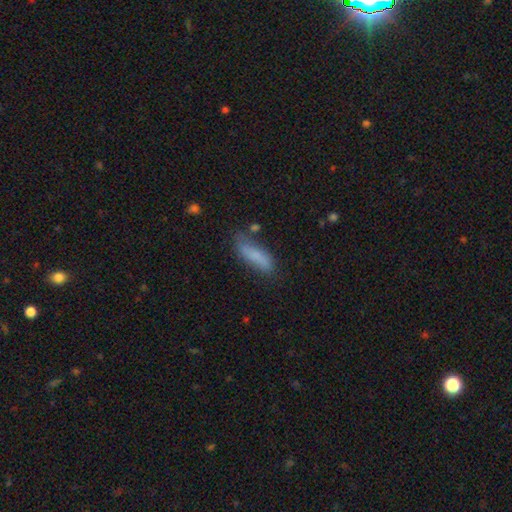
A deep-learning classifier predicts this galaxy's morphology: Q: Smooth or featured?
A: smooth (72%); runner-up: featured or disk (20%)
Q: How rounded?
A: cigar-shaped (52%); runner-up: in between (45%)
Q: Merging?
A: none (61%); runner-up: minor disturbance (25%)